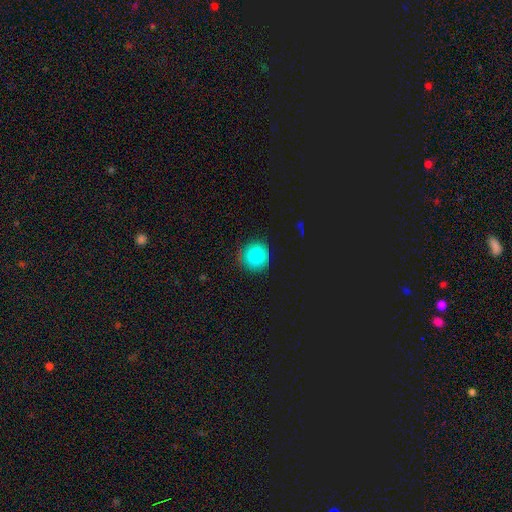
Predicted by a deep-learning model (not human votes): smooth 83%, star or artifact 9%, featured or disk 8%. Down the decision tree: how rounded — round (90%); merging — none (77%).